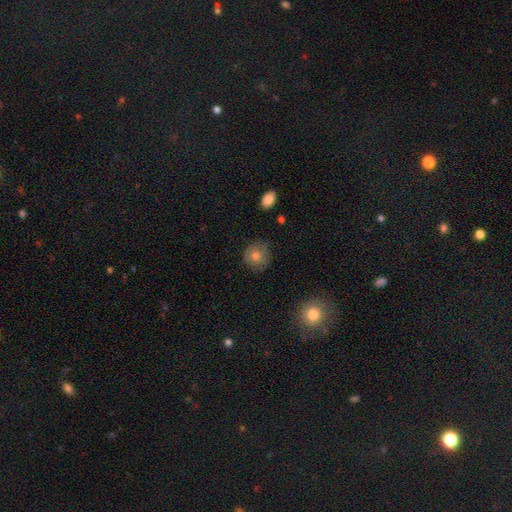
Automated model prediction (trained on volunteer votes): This is likely a smooth galaxy (77%). How rounded: clearly round (90%). Merging: clearly none (81%).